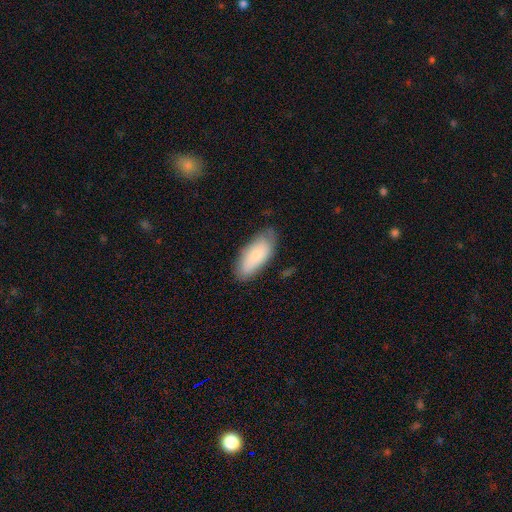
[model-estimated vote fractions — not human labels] Smooth or featured: smooth — 76% (featured or disk — 18%)
How rounded: in between — 85% (cigar-shaped — 13%)
Merging: none — 74% (minor disturbance — 21%)